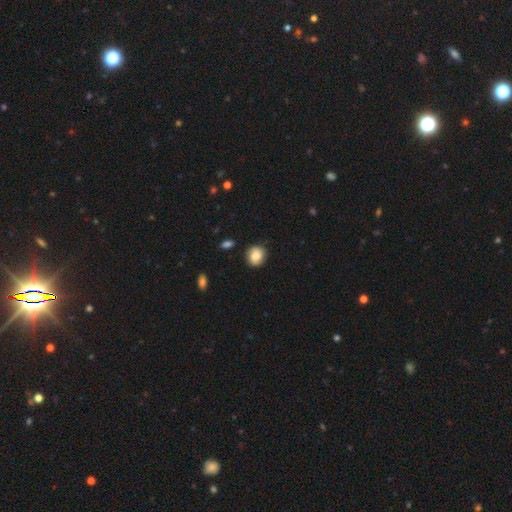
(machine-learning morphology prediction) smooth-or-featured: smooth: 72% | featured or disk: 19% | star or artifact: 9%
  how-rounded: round: 77% | in between: 22% | cigar-shaped: 1%
  merging: none: 80% | minor disturbance: 15% | major disturbance: 3% | merger: 2%